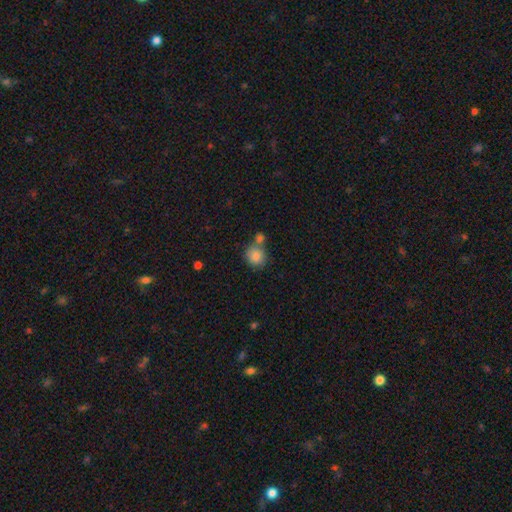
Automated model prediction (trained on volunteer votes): A smooth galaxy with no disk features (85%) that is round (82%). Merging: none (52%).